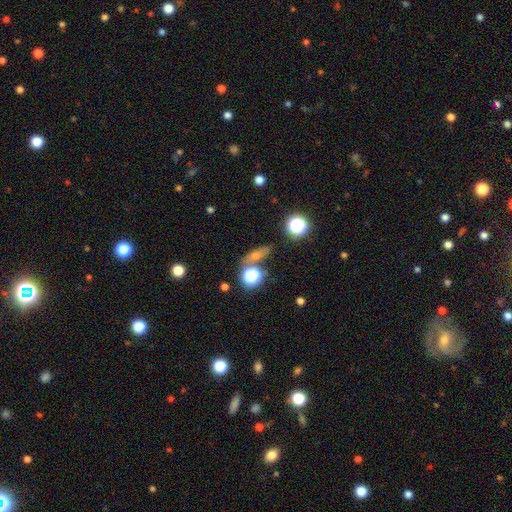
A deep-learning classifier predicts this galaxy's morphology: Smooth or featured? Predicted: smooth (p=0.44). Merging? Predicted: none (p=0.66).